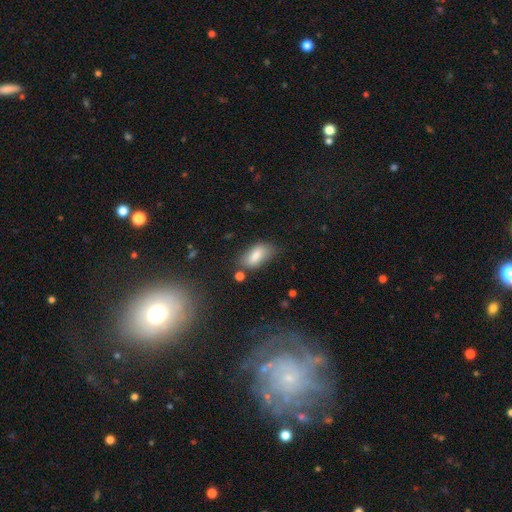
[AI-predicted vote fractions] Smooth or featured? Predicted: smooth (p=0.81). How rounded? Predicted: in between (p=0.89). Merging? Predicted: none (p=0.67).